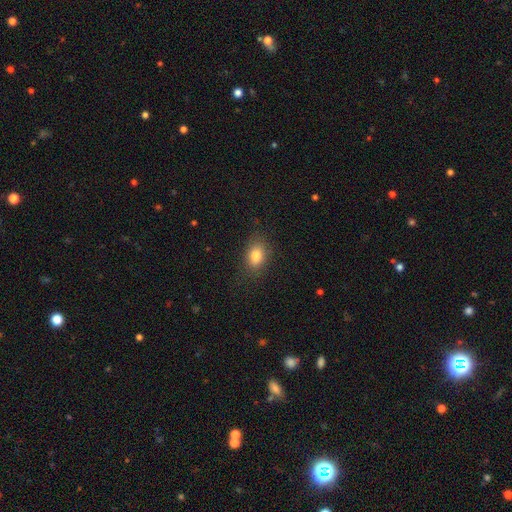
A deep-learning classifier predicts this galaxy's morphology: smooth-or-featured: smooth: 81% | star or artifact: 10% | featured or disk: 9%
  how-rounded: in between: 76% | round: 22% | cigar-shaped: 2%
  merging: none: 82% | minor disturbance: 13% | major disturbance: 4% | merger: 1%